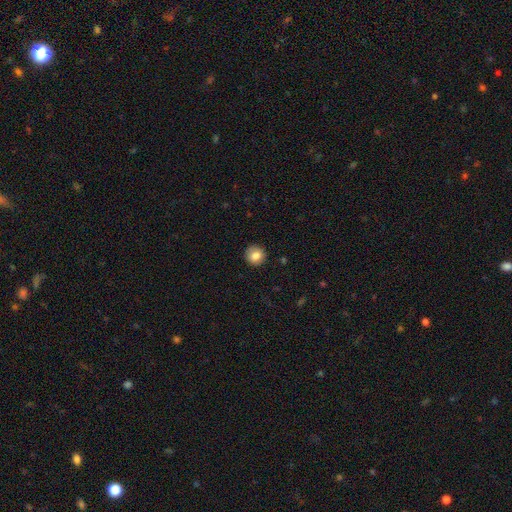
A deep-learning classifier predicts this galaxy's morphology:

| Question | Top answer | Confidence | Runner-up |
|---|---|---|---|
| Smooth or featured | smooth | 82% | featured or disk (9%) |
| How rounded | round | 91% | in between (8%) |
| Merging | none | 90% | minor disturbance (7%) |